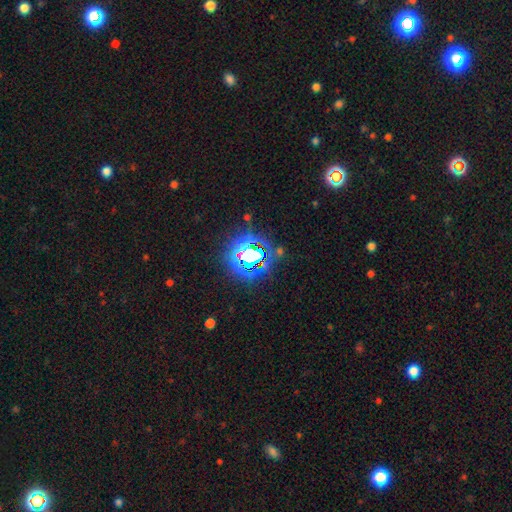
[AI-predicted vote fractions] Morphology: type=star or artifact (80%).